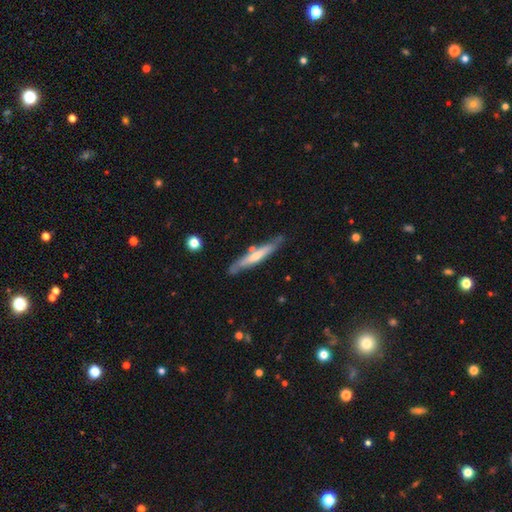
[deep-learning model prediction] This appears to be a featured or disk galaxy (54%) viewed edge-on (86%). Merging: none (76%).